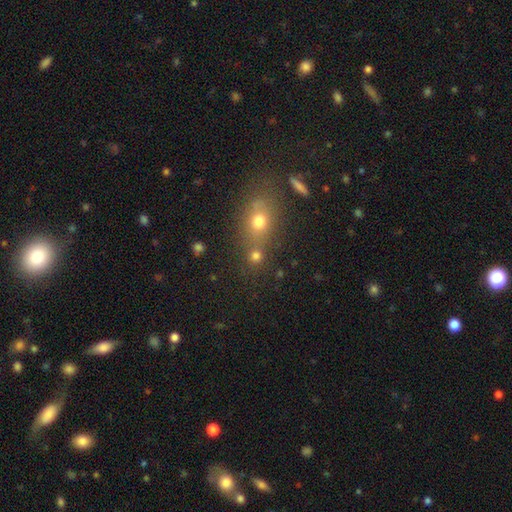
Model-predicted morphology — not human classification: This is likely a smooth galaxy (74%). How rounded: clearly round (83%). Merging: possibly none (59%).